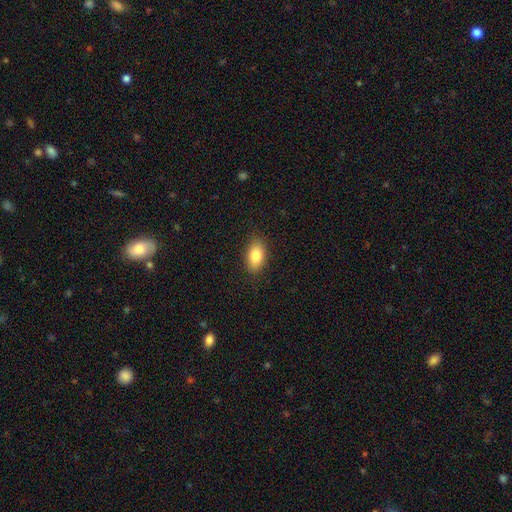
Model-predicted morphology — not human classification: A smooth galaxy with no disk features (82%) that is in between round and cigar-shaped (90%). Merging: none (87%).